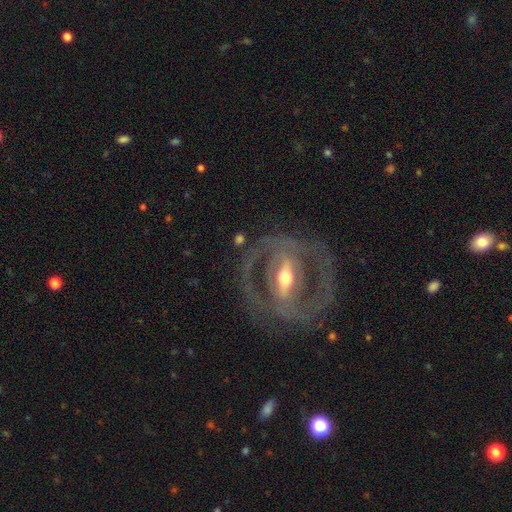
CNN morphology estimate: A featured or disk galaxy (86%) with a strong bar (66%), 2 (77%) tight (45%) spiral arms (74%) and a moderate central bulge (55%).

Vote fractions:
- Smooth or featured? featured or disk: 86% / smooth: 8% / star or artifact: 6%
- Edge-on disk? no: 90% / yes: 10%
- Bar? strong: 66% / weak: 23% / no: 11%
- Spiral arms? yes: 74% / no: 26%
- Spiral winding? tight: 45% / medium: 43% / loose: 13%
- Spiral arm count? 2: 77% / can't tell: 12% / 3: 4% / 1: 4% / 4: 2% / more than 4: 2%
- Bulge size? moderate: 55% / small: 37% / large: 6% / dominant: 1% / none: 1%
- Merging? none: 76% / minor disturbance: 12% / major disturbance: 10% / merger: 2%